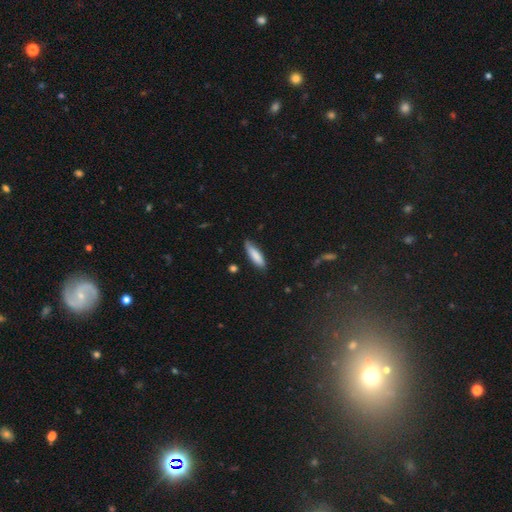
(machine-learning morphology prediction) This is clearly a smooth galaxy (83%). How rounded: likely cigar-shaped (62%). Merging: likely none (78%).